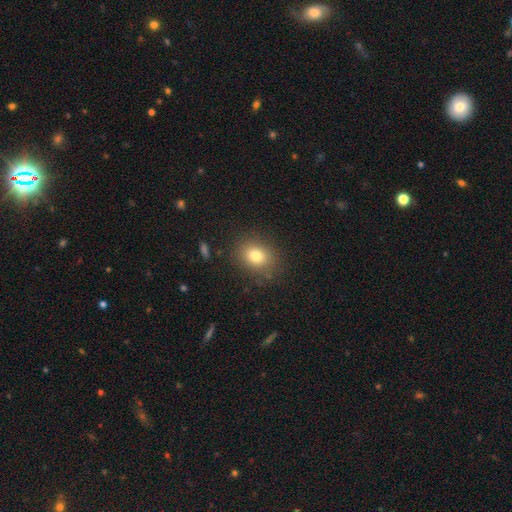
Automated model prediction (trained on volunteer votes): smooth-or-featured: smooth: 78% | star or artifact: 12% | featured or disk: 10%
  how-rounded: round: 51% | in between: 48% | cigar-shaped: 1%
  merging: none: 84% | minor disturbance: 10% | major disturbance: 4% | merger: 2%